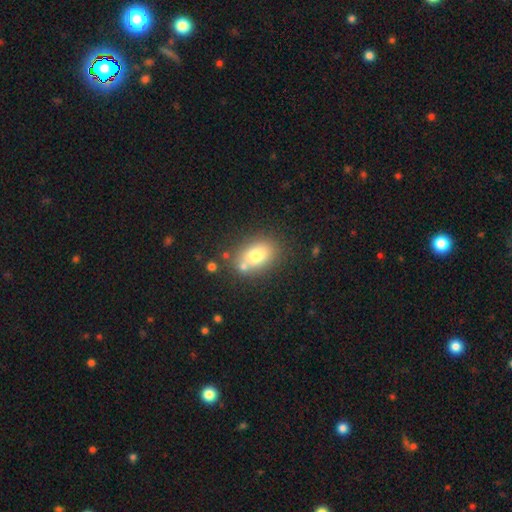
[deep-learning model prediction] Smooth or featured: smooth — 75% (featured or disk — 15%)
How rounded: in between — 79% (round — 19%)
Merging: none — 69% (minor disturbance — 13%)